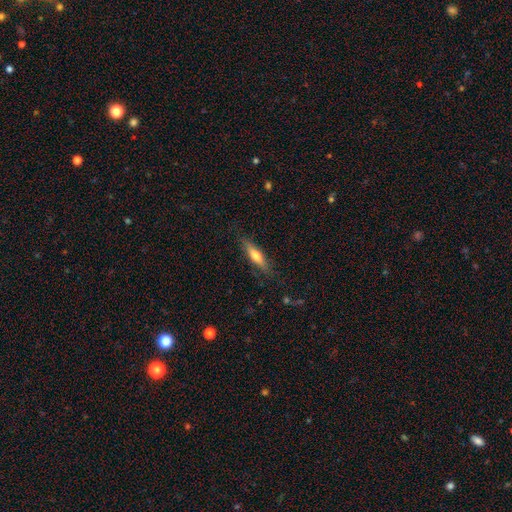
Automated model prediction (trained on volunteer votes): The model was most divided on "smooth or featured": smooth: 60%, featured or disk: 34%, star or artifact: 6%. More confident: merging — none (83%); how rounded — cigar-shaped (75%).